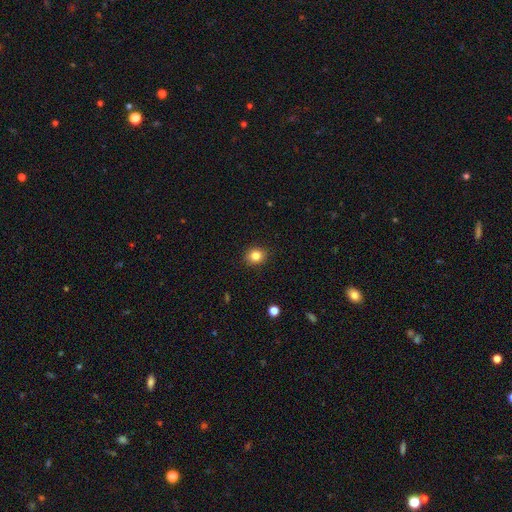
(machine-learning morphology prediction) smooth_or_featured: smooth (p=0.83) [alt: star or artifact p=0.11]
how_rounded: round (p=0.76) [alt: in between p=0.23]
merging: none (p=0.90) [alt: minor disturbance p=0.07]